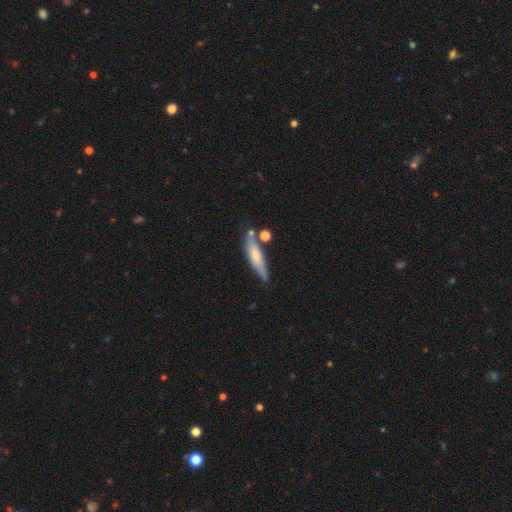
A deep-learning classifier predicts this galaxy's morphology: Overall: smooth (58%; featured or disk 36%). How rounded: cigar-shaped (75%). Merging: none (65%).